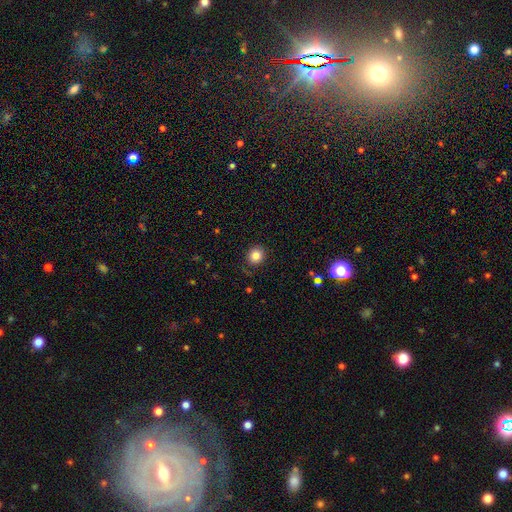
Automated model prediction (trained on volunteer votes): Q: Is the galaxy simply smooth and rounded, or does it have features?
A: smooth — 83%.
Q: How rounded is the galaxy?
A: round — 84%.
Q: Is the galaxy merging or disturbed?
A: none — 84%.